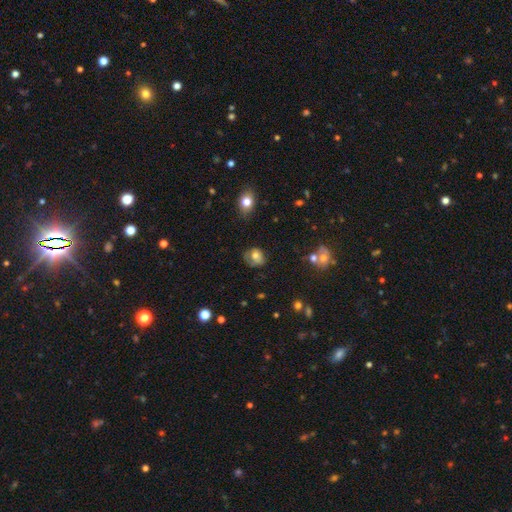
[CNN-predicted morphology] A smooth galaxy with no disk features (70%) that is round (61%). Merging: none (56%).